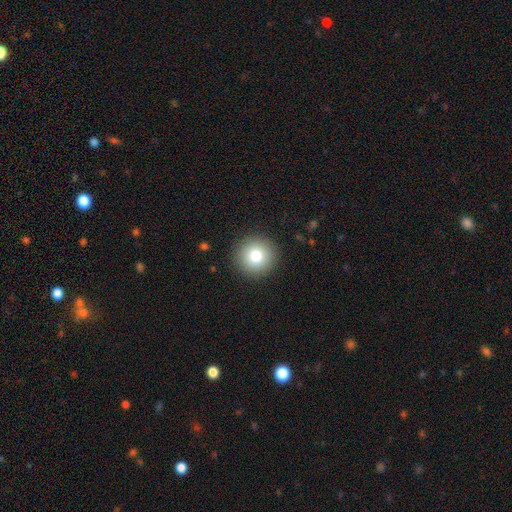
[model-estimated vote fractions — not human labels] Smooth or featured? smooth (79%)
How rounded? round (95%)
Merging? none (92%)